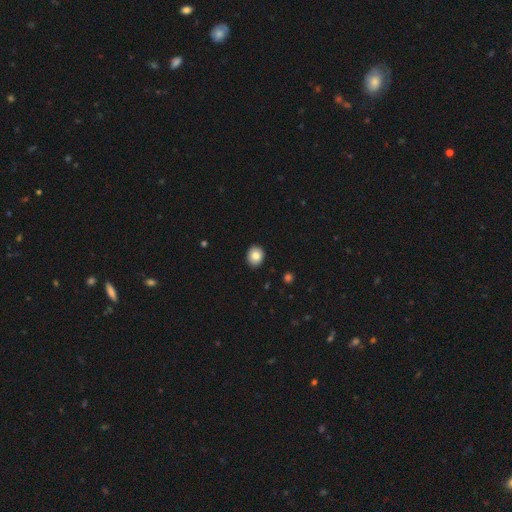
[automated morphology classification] Smooth or featured? Predicted: smooth (p=0.83). How rounded? Predicted: round (p=0.68). Merging? Predicted: none (p=0.91).